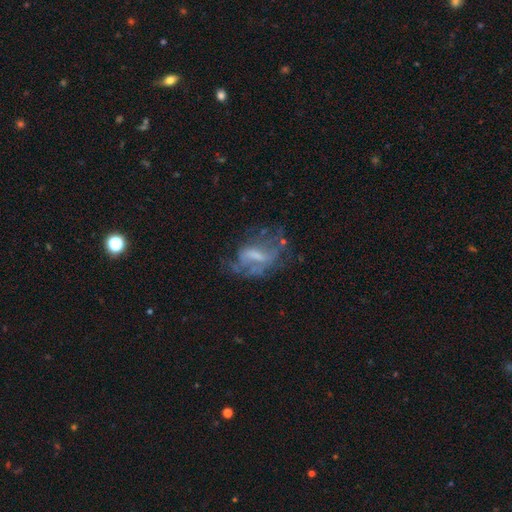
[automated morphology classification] A featured or disk galaxy (63%) with a weak bar (42%), no spiral arms (56%) and a small central bulge (32%).

Vote fractions:
- Smooth or featured? featured or disk: 63% / smooth: 25% / star or artifact: 12%
- Edge-on disk? no: 95% / yes: 5%
- Bar? weak: 42% / no: 35% / strong: 23%
- Spiral arms? no: 56% / yes: 44%
- Bulge size? small: 32% / none: 31% / moderate: 31% / large: 6% / dominant: 1%
- Merging? none: 40% / major disturbance: 33% / minor disturbance: 22% / merger: 5%